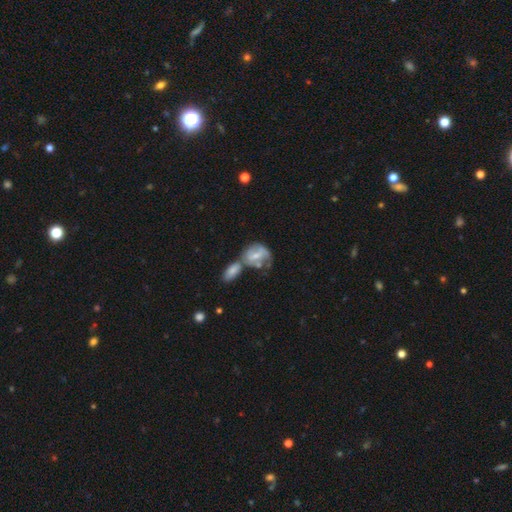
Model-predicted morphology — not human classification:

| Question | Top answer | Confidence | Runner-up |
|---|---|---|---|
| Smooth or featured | featured or disk | 50% | smooth (43%) |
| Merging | merger | 51% | none (23%) |